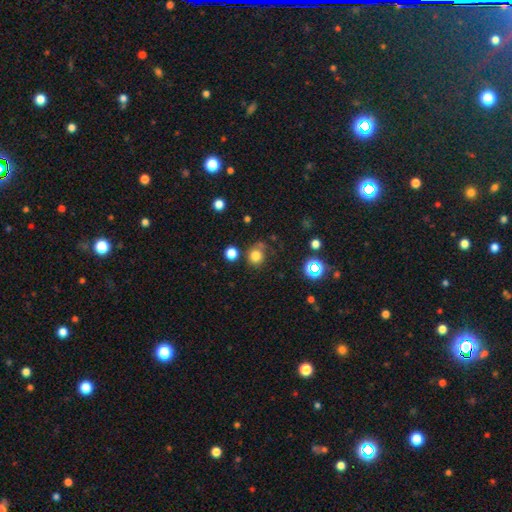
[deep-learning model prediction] Smooth or featured? Predicted: smooth (p=0.78). How rounded? Predicted: round (p=0.85). Merging? Predicted: none (p=0.68).